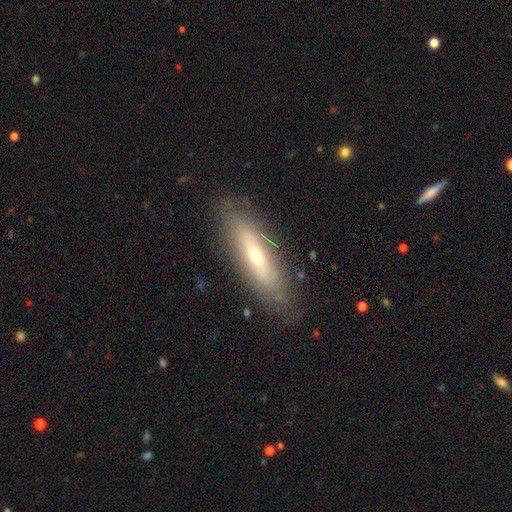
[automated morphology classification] This is possibly a featured or disk galaxy (50%). It is possibly viewed edge-on (58%). Merging: clearly none (81%).